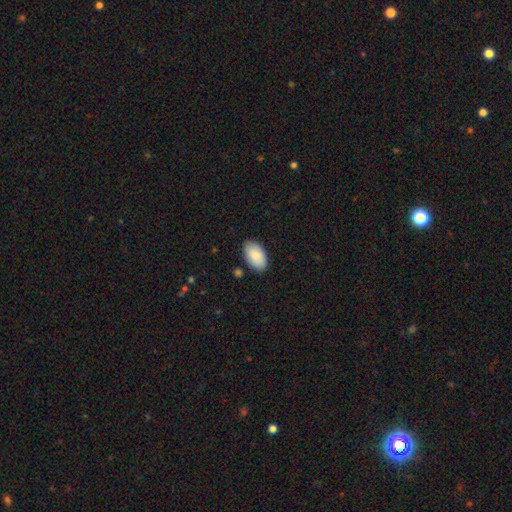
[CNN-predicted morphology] type=smooth (86%); roundness=in between (95%); merging=none (84%).